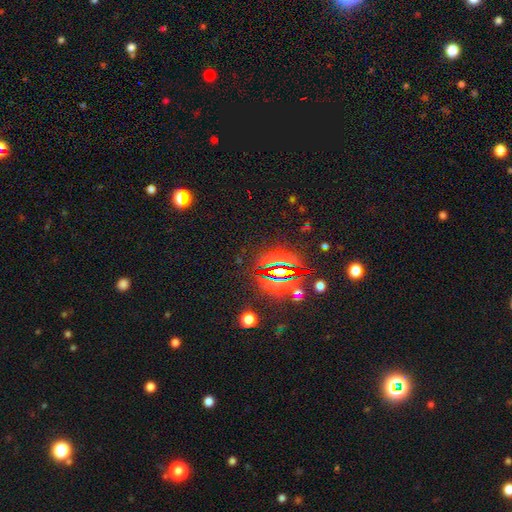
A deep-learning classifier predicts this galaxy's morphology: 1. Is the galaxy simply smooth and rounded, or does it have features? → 85% star or artifact, 8% smooth, 7% featured or disk.